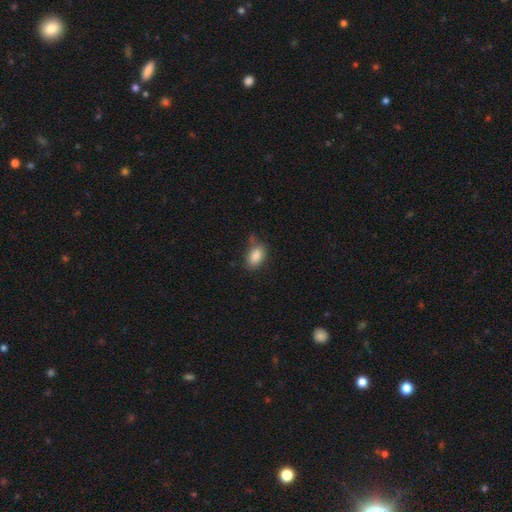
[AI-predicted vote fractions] Smooth or featured?
  - smooth: 86% *
  - star or artifact: 8%
  - featured or disk: 6%
How rounded?
  - in between: 90% *
  - round: 8%
  - cigar-shaped: 2%
Merging?
  - none: 63% *
  - minor disturbance: 25%
  - major disturbance: 7%
  - merger: 4%